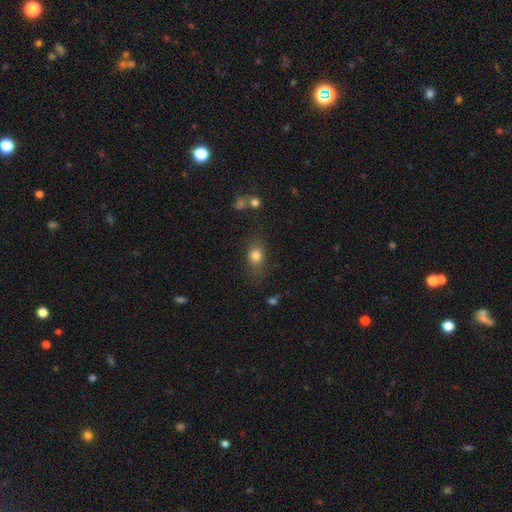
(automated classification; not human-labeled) Q: Smooth or featured?
A: smooth (81%); runner-up: star or artifact (11%)
Q: How rounded?
A: in between (57%); runner-up: round (41%)
Q: Merging?
A: none (73%); runner-up: minor disturbance (17%)